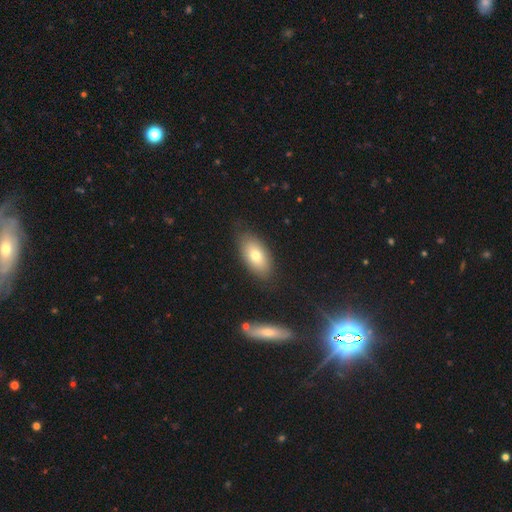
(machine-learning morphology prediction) smooth_or_featured: smooth (p=0.74) [alt: featured or disk p=0.18]
how_rounded: in between (p=0.91) [alt: round p=0.05]
merging: none (p=0.82) [alt: minor disturbance p=0.13]